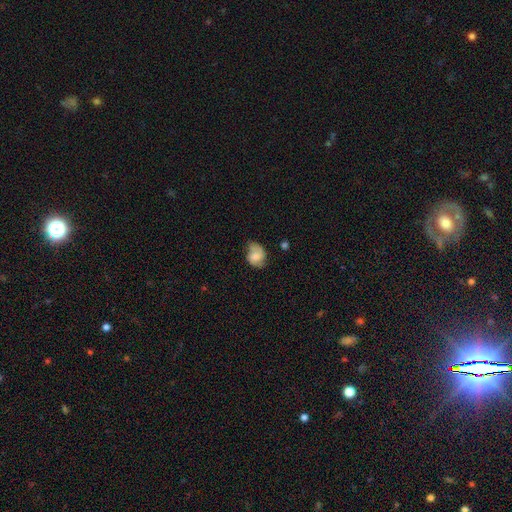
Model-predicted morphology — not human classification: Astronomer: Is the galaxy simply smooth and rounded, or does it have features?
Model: smooth — 52% (runner-up: featured or disk, 40%).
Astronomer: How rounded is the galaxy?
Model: in between — 55% (runner-up: round, 43%).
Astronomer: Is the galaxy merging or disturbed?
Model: none — 49% (runner-up: minor disturbance, 33%).